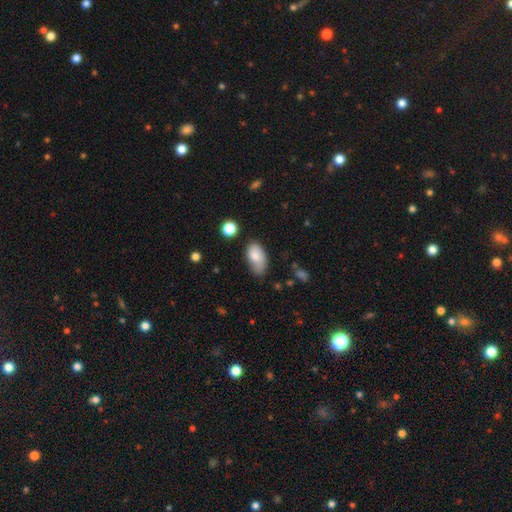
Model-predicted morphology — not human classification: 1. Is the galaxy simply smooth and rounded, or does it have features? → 81% smooth, 12% featured or disk, 8% star or artifact.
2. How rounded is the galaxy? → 93% in between, 5% round, 2% cigar-shaped.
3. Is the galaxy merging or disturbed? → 53% none, 33% minor disturbance, 10% major disturbance, 4% merger.